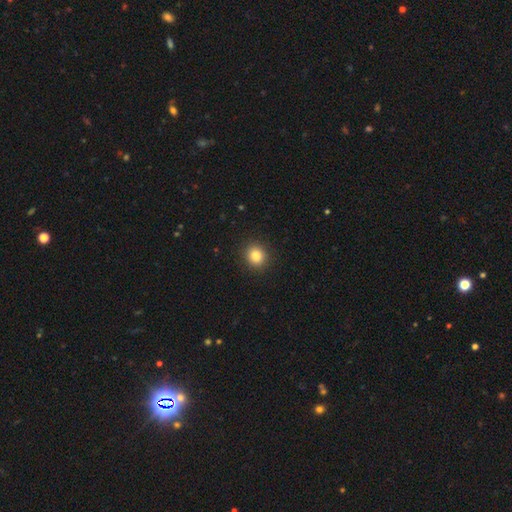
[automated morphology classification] Overall: smooth (84%). How rounded: round (83%). Merging: none (92%).